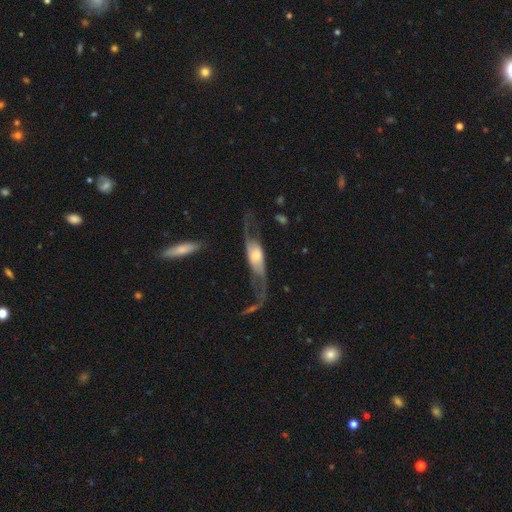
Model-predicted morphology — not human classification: smooth_or_featured: featured or disk (p=0.74) [alt: smooth p=0.20]
disk_edge_on: no (p=0.71) [alt: yes p=0.29]
bar: no (p=0.50) [alt: weak p=0.33]
has_spiral_arms: yes (p=0.85) [alt: no p=0.15]
bulge_size: moderate (p=0.44) [alt: small p=0.31]
merging: none (p=0.42) [alt: major disturbance p=0.34]